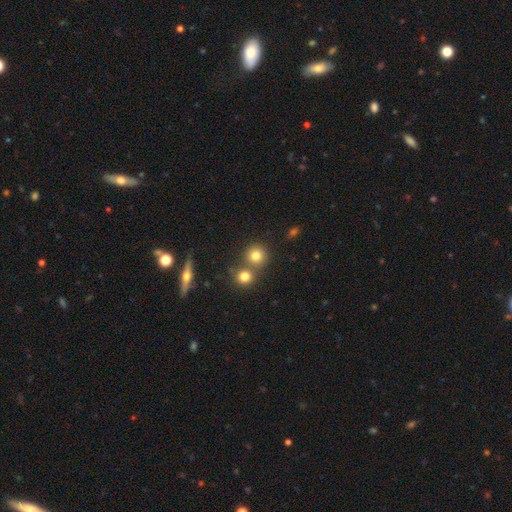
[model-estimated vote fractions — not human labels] Q: Smooth or featured?
A: smooth (77%); runner-up: star or artifact (13%)
Q: How rounded?
A: round (91%); runner-up: in between (8%)
Q: Merging?
A: none (65%); runner-up: merger (25%)